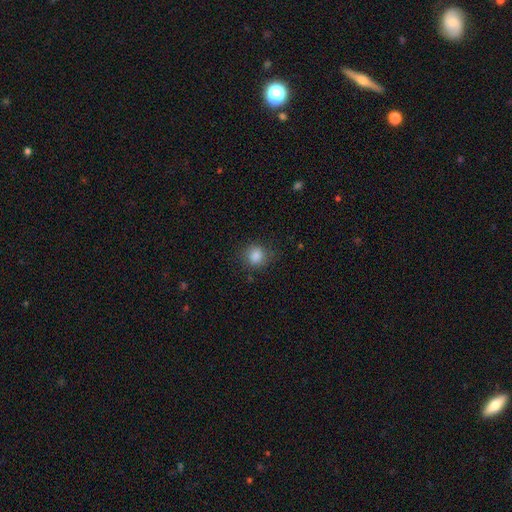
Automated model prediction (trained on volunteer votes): This appears to be a smooth galaxy with no disk features (85%) that is round (82%). Merging: none (80%).